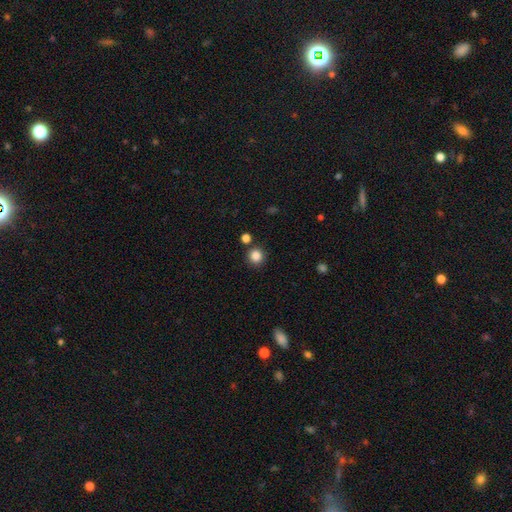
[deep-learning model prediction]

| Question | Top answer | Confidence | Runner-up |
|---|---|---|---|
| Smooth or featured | smooth | 85% | star or artifact (11%) |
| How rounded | round | 94% | in between (5%) |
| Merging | none | 85% | minor disturbance (7%) |